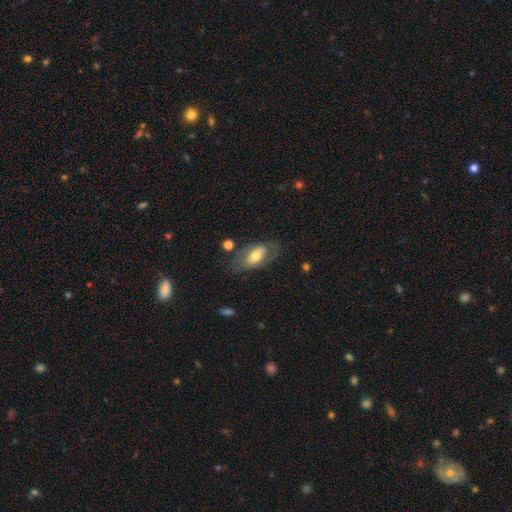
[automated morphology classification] Q: Smooth or featured?
A: smooth (54%); runner-up: featured or disk (39%)
Q: How rounded?
A: in between (89%); runner-up: round (6%)
Q: Merging?
A: none (62%); runner-up: minor disturbance (21%)